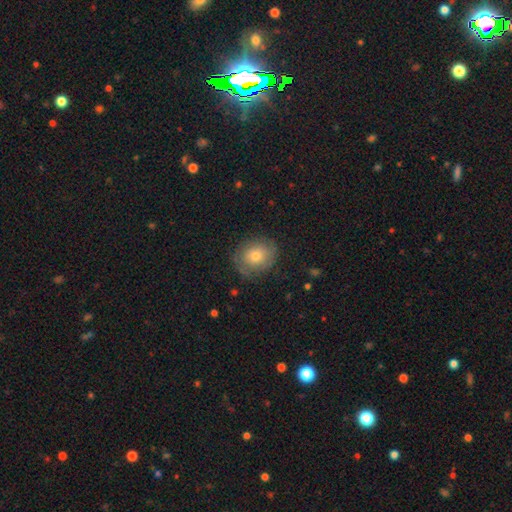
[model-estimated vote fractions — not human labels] This is likely a smooth galaxy (66%). How rounded: likely round (66%). Merging: likely none (74%).